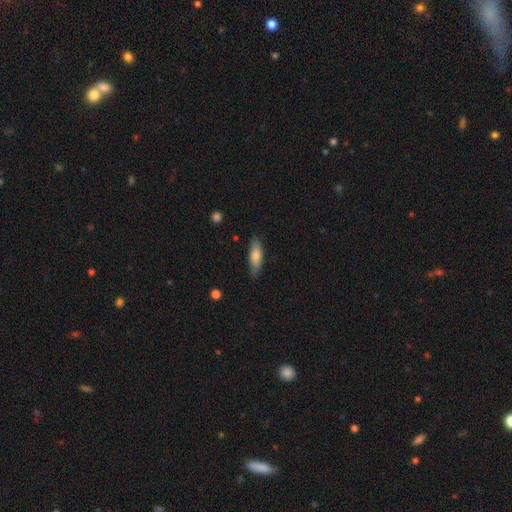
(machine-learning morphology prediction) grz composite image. It shows a smooth galaxy with no disk features (77%) that is in between round and cigar-shaped (53%). Merging: none (81%).